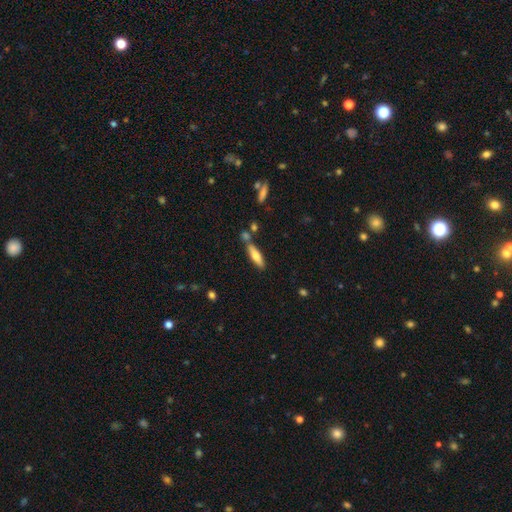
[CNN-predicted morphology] This appears to be a smooth galaxy with no disk features (63%) that is cigar-shaped (65%). Merging: none (71%).